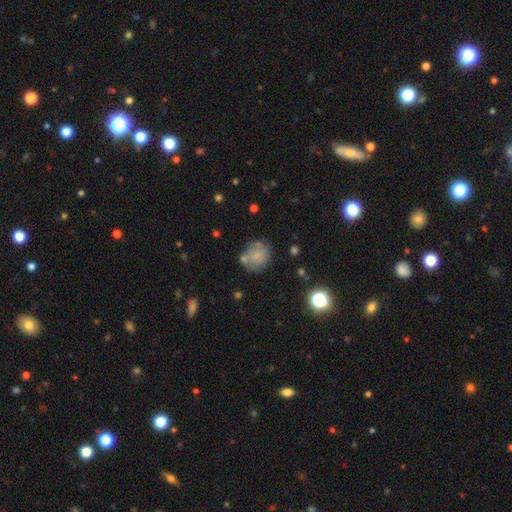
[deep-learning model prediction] A smooth galaxy with no disk features (67%) that is round (77%). Merging: none (64%).